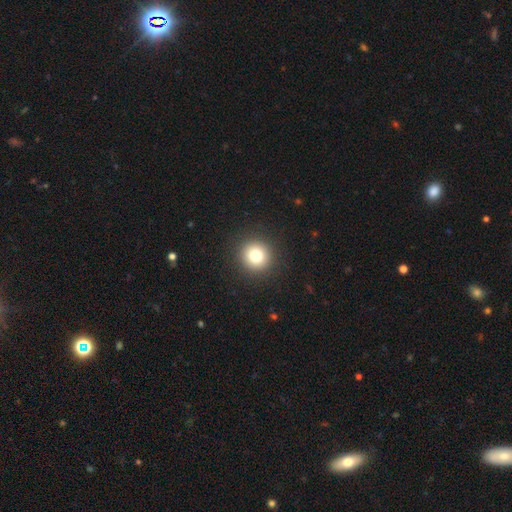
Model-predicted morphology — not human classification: This is clearly a smooth galaxy (81%). How rounded: clearly round (94%). Merging: clearly none (92%).